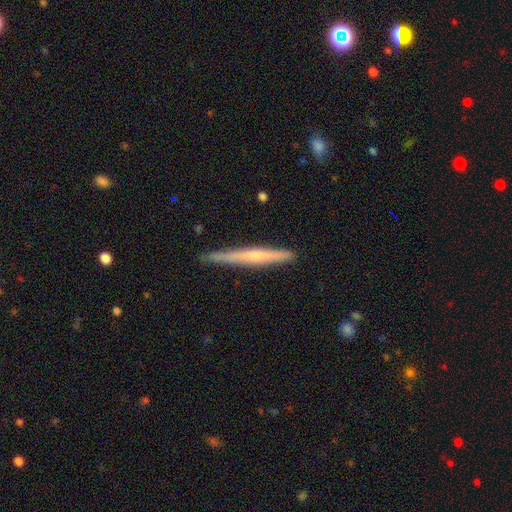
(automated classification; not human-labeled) A featured or disk galaxy (51%) viewed edge-on (97%).

Vote fractions:
- Smooth or featured? featured or disk: 51% / smooth: 43% / star or artifact: 6%
- Edge-on disk? yes: 97% / no: 3%
- Merging? none: 84% / minor disturbance: 13% / major disturbance: 2% / merger: 1%